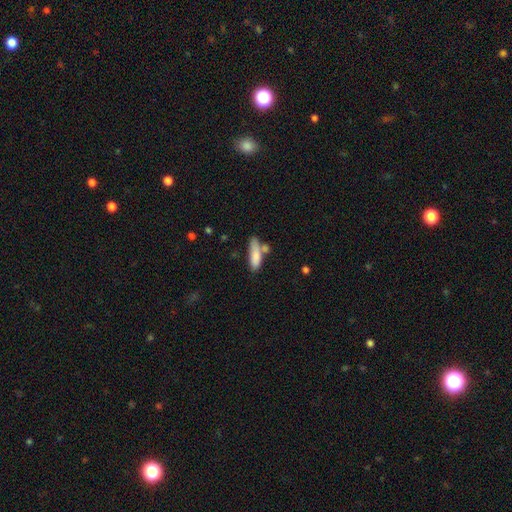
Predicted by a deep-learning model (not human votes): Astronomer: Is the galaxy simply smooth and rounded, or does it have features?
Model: smooth — 81%.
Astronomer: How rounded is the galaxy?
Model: in between — 49%, tied with cigar-shaped at 49%.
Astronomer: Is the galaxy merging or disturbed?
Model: none — 47% (runner-up: merger, 24%).